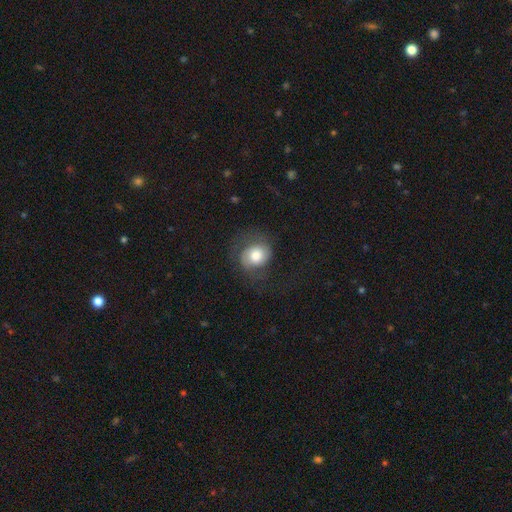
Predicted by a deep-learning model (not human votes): Q: Smooth or featured?
A: smooth (58%); runner-up: featured or disk (33%)
Q: How rounded?
A: round (66%); runner-up: in between (33%)
Q: Merging?
A: none (59%); runner-up: minor disturbance (20%)